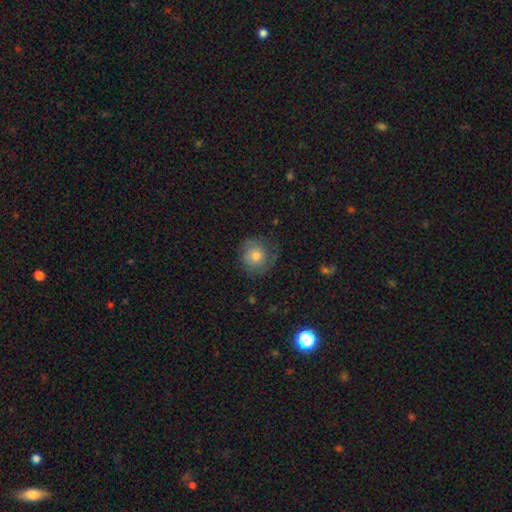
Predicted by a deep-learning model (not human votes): The model was most divided on "smooth or featured": smooth: 48%, featured or disk: 42%, star or artifact: 10%. More confident: merging — none (66%).